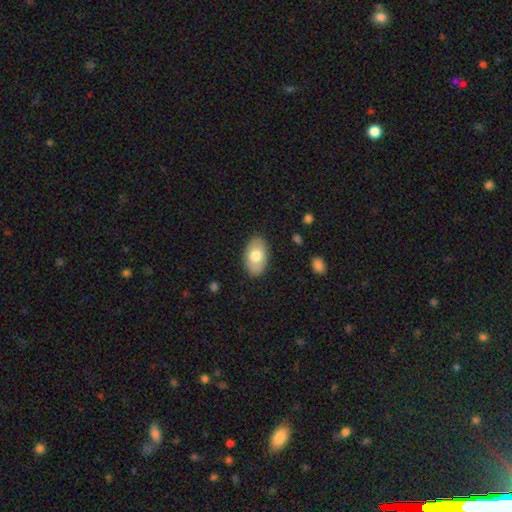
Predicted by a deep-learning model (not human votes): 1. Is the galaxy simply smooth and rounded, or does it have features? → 74% smooth, 20% featured or disk, 6% star or artifact.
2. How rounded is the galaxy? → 93% in between, 6% round, 1% cigar-shaped.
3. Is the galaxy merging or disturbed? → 86% none, 10% minor disturbance, 2% major disturbance, 1% merger.